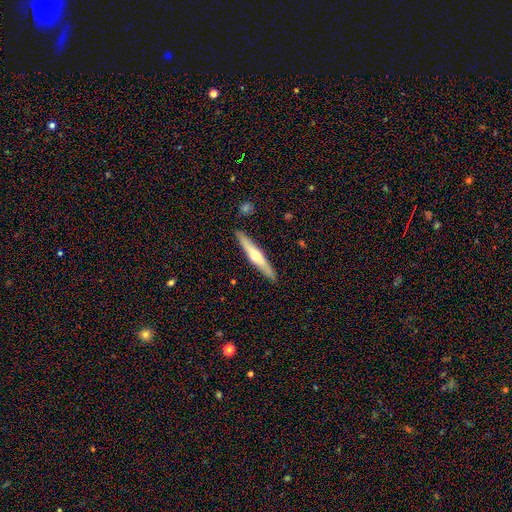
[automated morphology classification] The model was most divided on "smooth or featured": featured or disk: 56%, smooth: 39%, star or artifact: 5%. More confident: edge-on disk — yes (94%); merging — none (90%); edge-on bulge — rounded (86%).